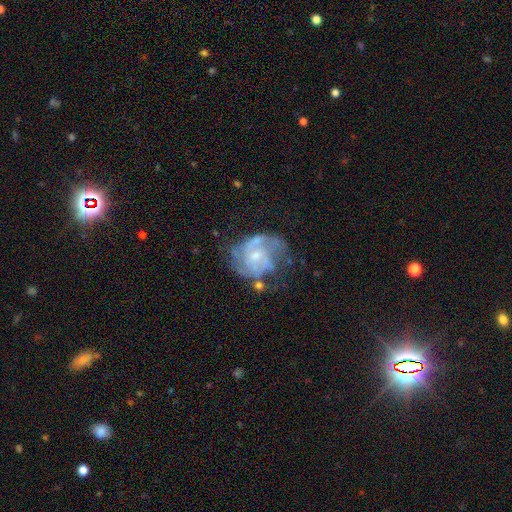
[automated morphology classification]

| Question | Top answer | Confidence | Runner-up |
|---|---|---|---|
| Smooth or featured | featured or disk | 83% | smooth (10%) |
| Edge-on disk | no | 98% | yes (2%) |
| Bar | no | 64% | weak (31%) |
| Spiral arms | yes | 91% | no (9%) |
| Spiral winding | tight | 46% | medium (42%) |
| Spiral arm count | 2 | 45% | can't tell (25%) |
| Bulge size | small | 60% | moderate (33%) |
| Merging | none | 54% | minor disturbance (23%) |